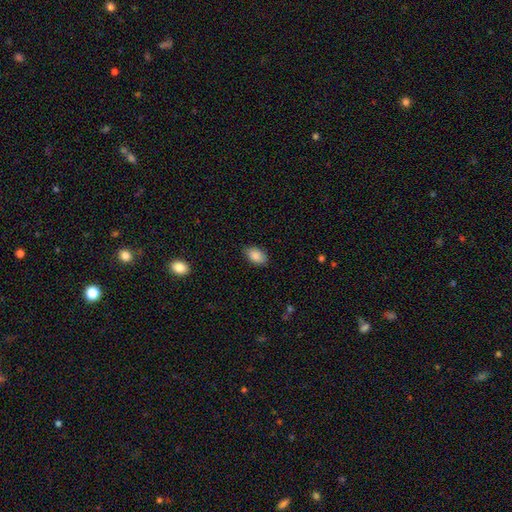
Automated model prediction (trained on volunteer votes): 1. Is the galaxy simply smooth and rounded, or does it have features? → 88% smooth, 7% star or artifact, 5% featured or disk.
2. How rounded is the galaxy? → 93% in between, 6% round, 2% cigar-shaped.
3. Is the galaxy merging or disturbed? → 85% none, 11% minor disturbance, 2% major disturbance, 1% merger.